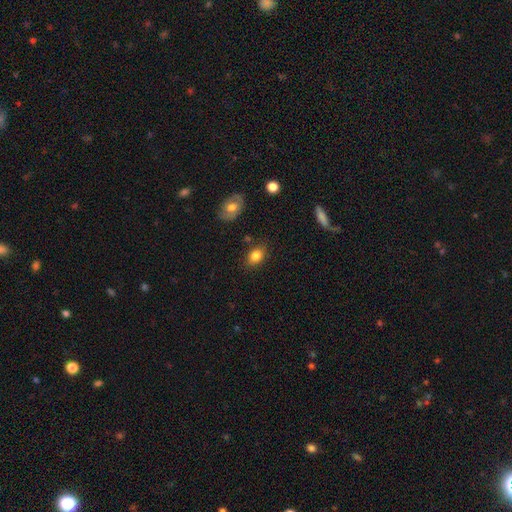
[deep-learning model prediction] Smooth or featured? Predicted: smooth (p=0.83). How rounded? Predicted: in between (p=0.74). Merging? Predicted: none (p=0.81).